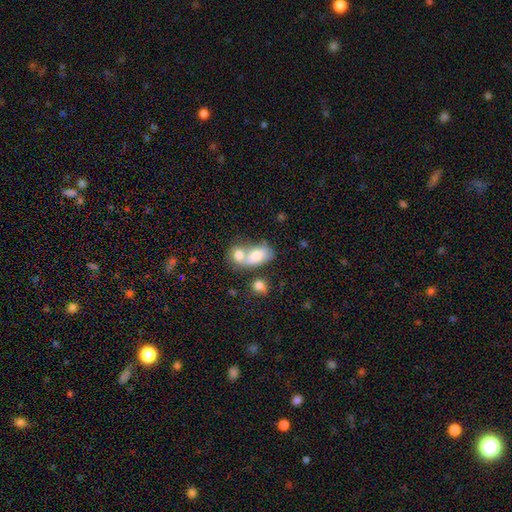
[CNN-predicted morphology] Smooth or featured? Predicted: smooth (p=0.74). How rounded? Predicted: in between (p=0.83). Merging? Predicted: merger (p=0.69).